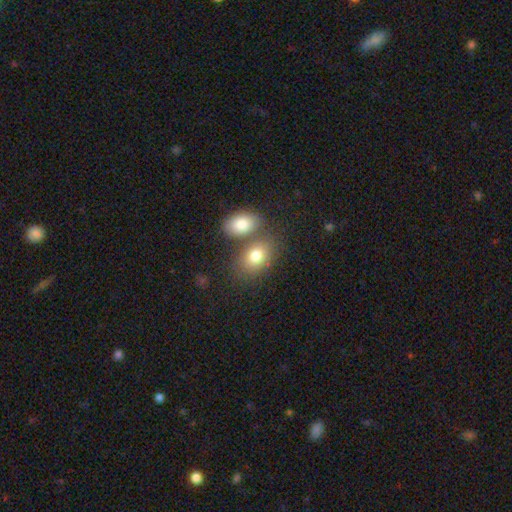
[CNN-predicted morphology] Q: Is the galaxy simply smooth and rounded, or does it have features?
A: smooth — 78%.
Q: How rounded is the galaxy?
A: in between — 81%.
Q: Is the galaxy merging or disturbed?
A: none — 52%.